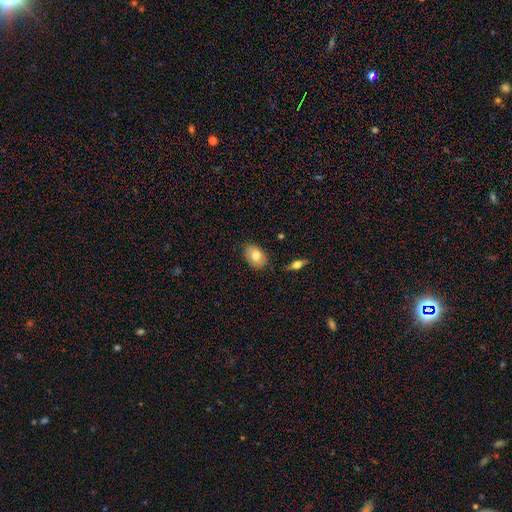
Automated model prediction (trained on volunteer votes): A smooth galaxy with no disk features (74%) that is in between round and cigar-shaped (83%).

Vote fractions:
- Smooth or featured? smooth: 74% / featured or disk: 18% / star or artifact: 7%
- How rounded? in between: 83% / round: 16% / cigar-shaped: 1%
- Merging? none: 83% / minor disturbance: 12% / major disturbance: 2% / merger: 2%